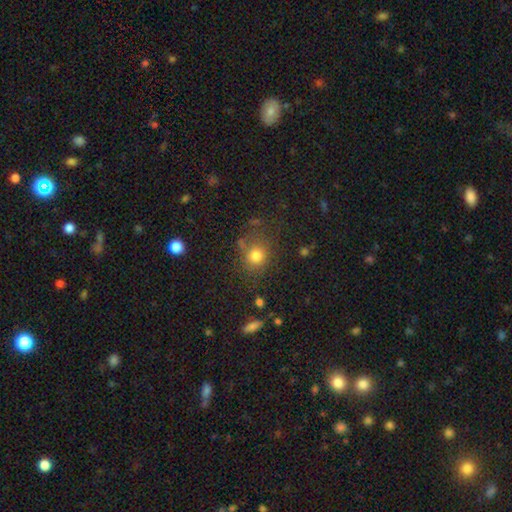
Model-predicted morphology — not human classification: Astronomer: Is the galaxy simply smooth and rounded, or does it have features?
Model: smooth — 76%.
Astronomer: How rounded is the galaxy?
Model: round — 82%.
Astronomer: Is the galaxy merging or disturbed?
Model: none — 70%.